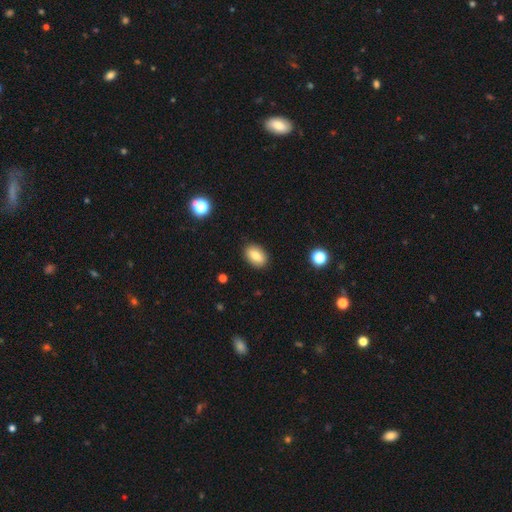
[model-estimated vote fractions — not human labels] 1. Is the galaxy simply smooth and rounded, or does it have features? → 77% smooth, 14% featured or disk, 9% star or artifact.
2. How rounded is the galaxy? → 86% in between, 12% round, 2% cigar-shaped.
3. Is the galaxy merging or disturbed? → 87% none, 9% minor disturbance, 2% major disturbance, 1% merger.